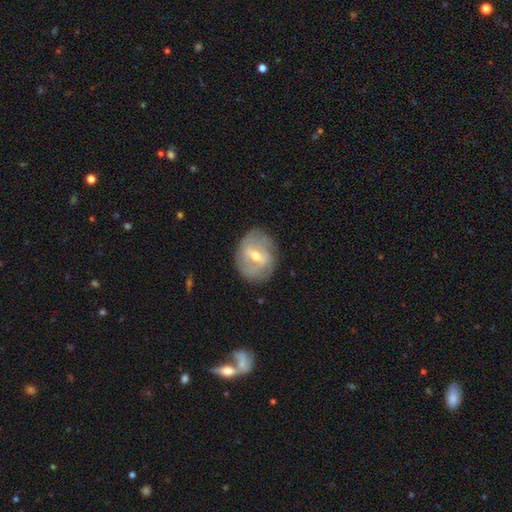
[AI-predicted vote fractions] Morphology: type=featured or disk (67%); edge-on=no (94%); bar=weak (46%); spiral arms=yes (55%); bulge=moderate (57%); merging=none (76%).